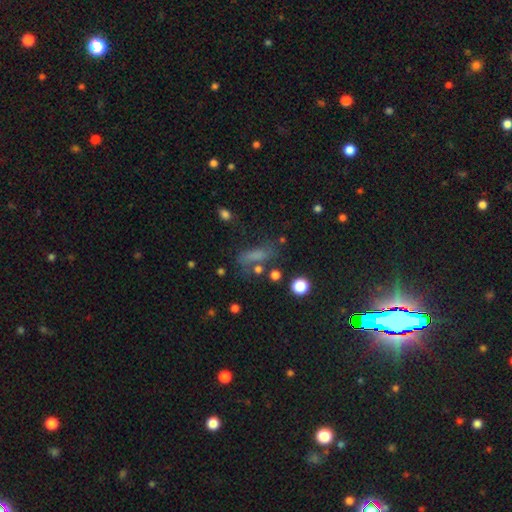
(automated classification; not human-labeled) Smooth or featured: smooth — 59% (star or artifact — 23%)
How rounded: in between — 49% (cigar-shaped — 42%)
Merging: none — 53% (minor disturbance — 22%)